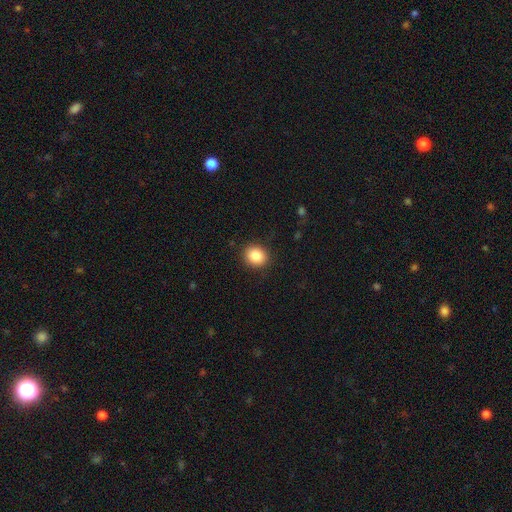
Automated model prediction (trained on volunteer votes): Smooth or featured? smooth (86%)
How rounded? round (78%)
Merging? none (90%)